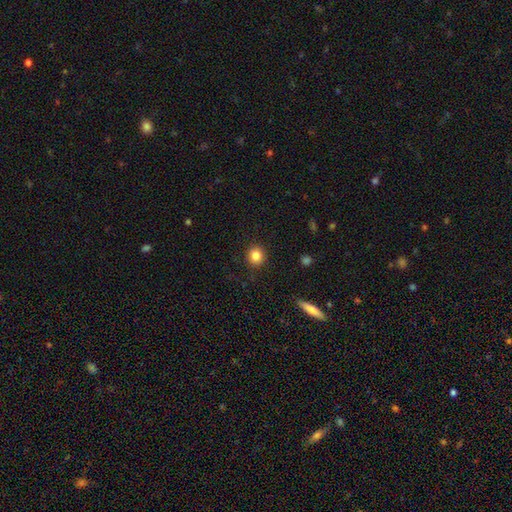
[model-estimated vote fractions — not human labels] A smooth galaxy with no disk features (85%) that is round (88%).

Vote fractions:
- Smooth or featured? smooth: 85% / star or artifact: 10% / featured or disk: 5%
- How rounded? round: 88% / in between: 11% / cigar-shaped: 1%
- Merging? none: 90% / minor disturbance: 7% / major disturbance: 2% / merger: 1%